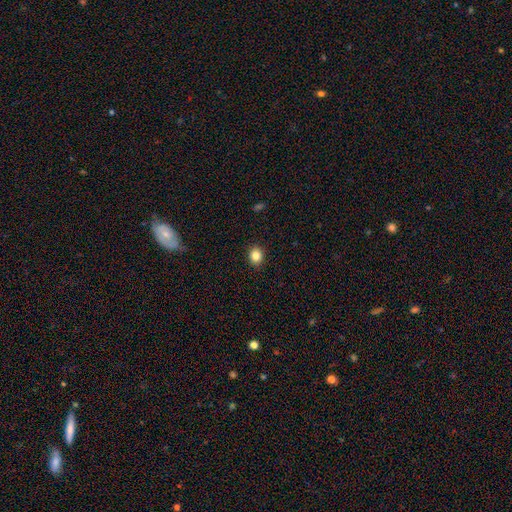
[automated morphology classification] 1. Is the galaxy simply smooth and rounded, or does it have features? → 84% smooth, 11% star or artifact, 5% featured or disk.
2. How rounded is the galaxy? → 66% round, 33% in between, 1% cigar-shaped.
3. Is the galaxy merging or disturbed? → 91% none, 6% minor disturbance, 2% major disturbance, 1% merger.